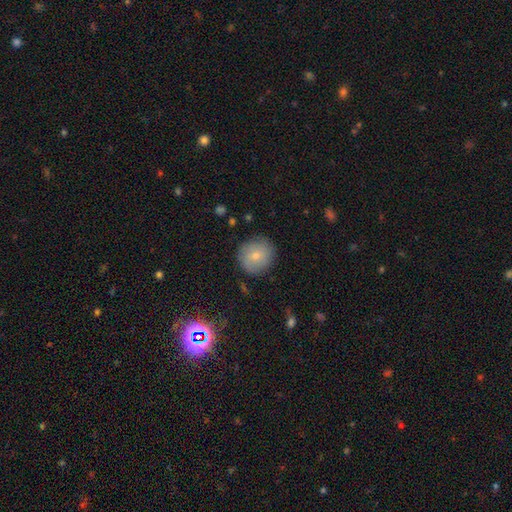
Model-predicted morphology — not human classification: A smooth galaxy with no disk features (73%) that is round (90%). Merging: none (85%).